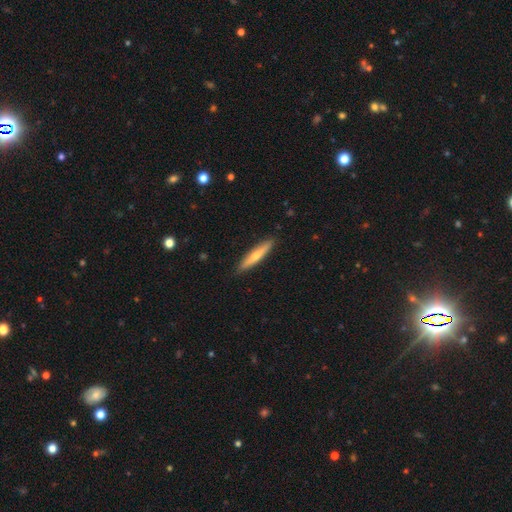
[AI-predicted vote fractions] Morphology: type=smooth (56%); roundness=cigar-shaped (90%); merging=none (90%).